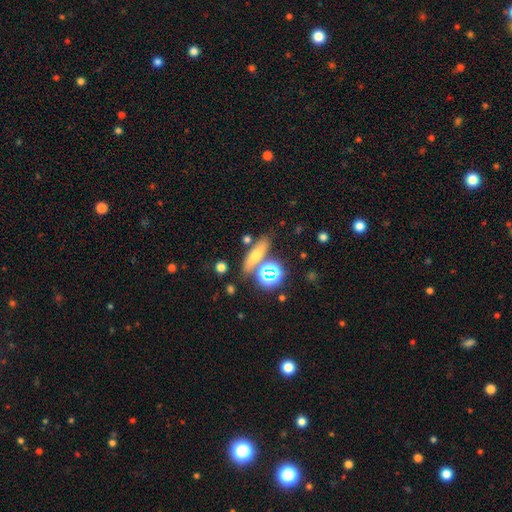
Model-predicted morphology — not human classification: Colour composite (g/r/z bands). It shows a smooth galaxy with no disk features (50%). Merging: none (73%).